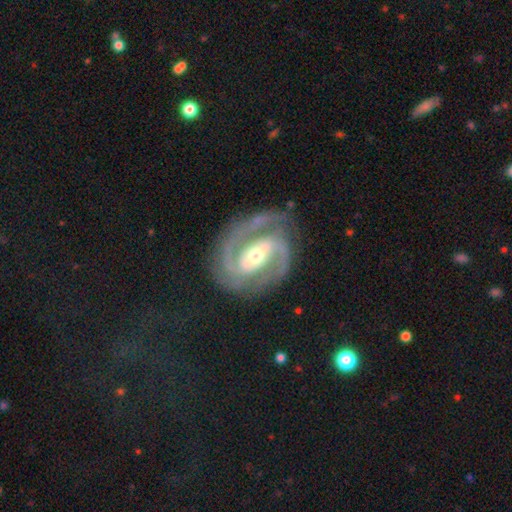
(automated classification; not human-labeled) featured or disk 92%, star or artifact 4%, smooth 4%. Down the decision tree: edge-on disk — no (98%); bar — strong (45%); spiral arms — yes (98%); spiral arm count — 2 (84%); spiral winding — tight (49%); bulge size — moderate (62%); merging — none (77%).